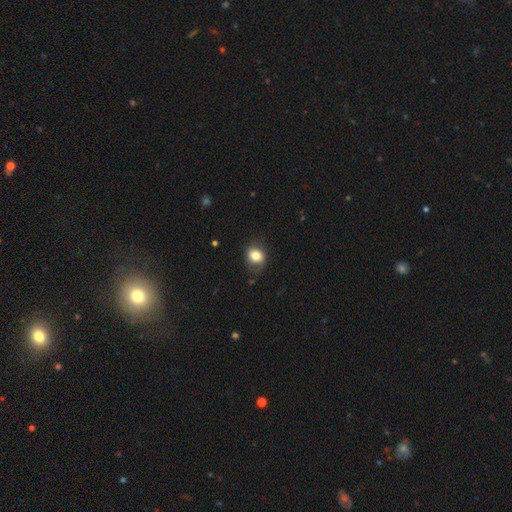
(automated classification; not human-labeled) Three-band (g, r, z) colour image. It shows a smooth galaxy with no disk features (79%) that is round (56%). Merging: none (70%).